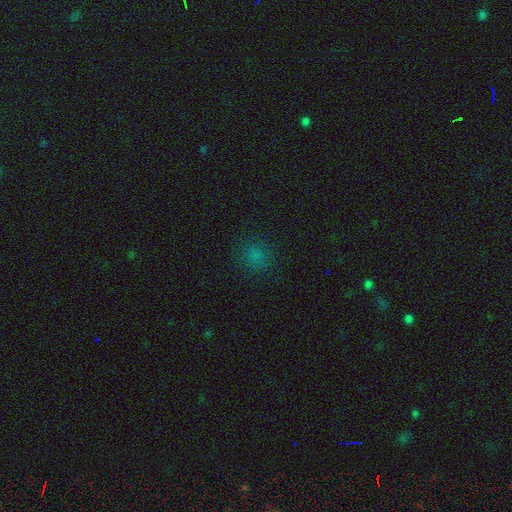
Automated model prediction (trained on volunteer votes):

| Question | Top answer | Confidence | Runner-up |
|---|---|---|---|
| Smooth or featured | smooth | 71% | star or artifact (23%) |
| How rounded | round | 82% | in between (17%) |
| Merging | none | 84% | minor disturbance (11%) |